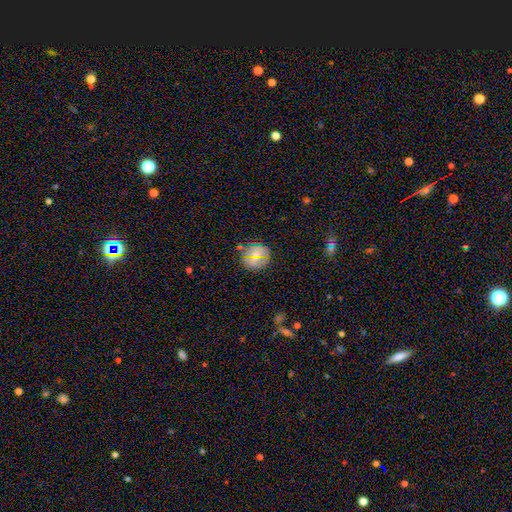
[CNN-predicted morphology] A smooth galaxy with no disk features (71%) that is round (87%). Merging: none (85%).